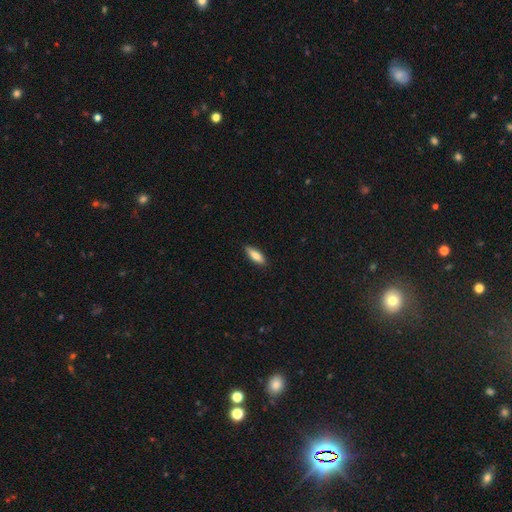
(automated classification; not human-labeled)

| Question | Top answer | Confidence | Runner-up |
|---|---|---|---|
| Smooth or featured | smooth | 80% | featured or disk (14%) |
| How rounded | in between | 54% | cigar-shaped (44%) |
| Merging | none | 87% | minor disturbance (10%) |